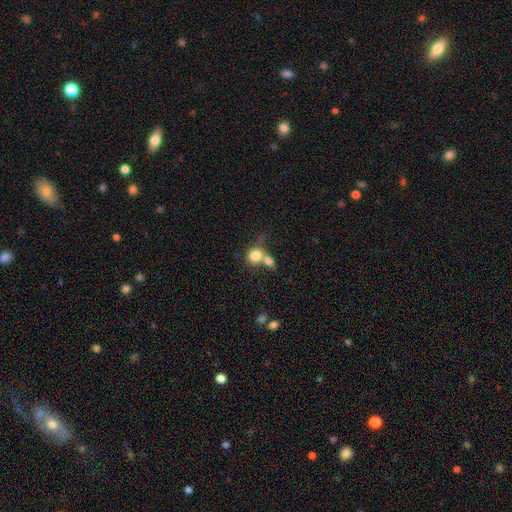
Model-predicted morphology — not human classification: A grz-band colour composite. It shows a smooth galaxy with no disk features (79%) that is round (75%). Merging: merger (54%).